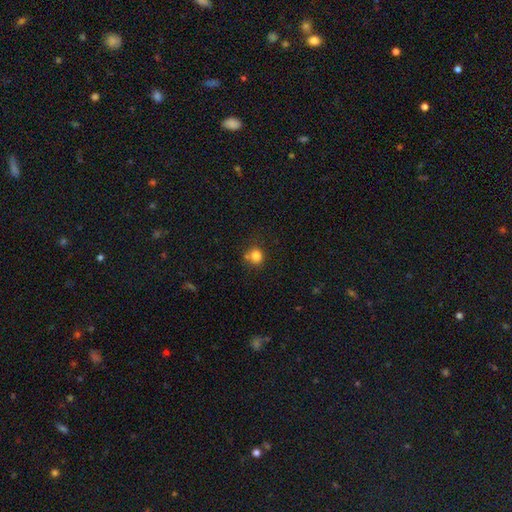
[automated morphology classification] Smooth or featured: smooth — 82% (star or artifact — 12%)
How rounded: round — 81% (in between — 18%)
Merging: none — 63% (merger — 17%)